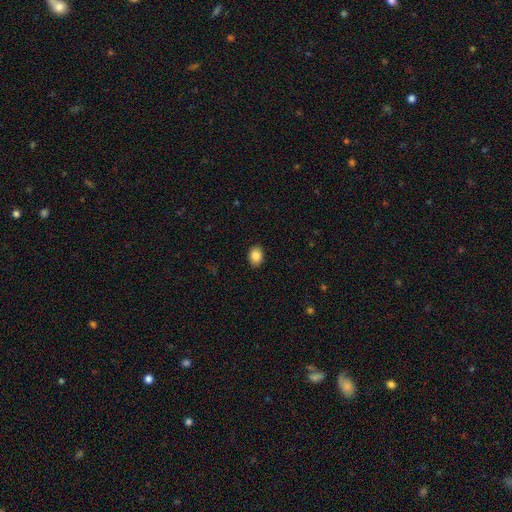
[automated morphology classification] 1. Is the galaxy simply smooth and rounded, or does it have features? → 87% smooth, 8% star or artifact, 5% featured or disk.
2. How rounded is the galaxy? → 72% in between, 27% round, 1% cigar-shaped.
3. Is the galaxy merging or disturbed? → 90% none, 7% minor disturbance, 2% major disturbance, 1% merger.